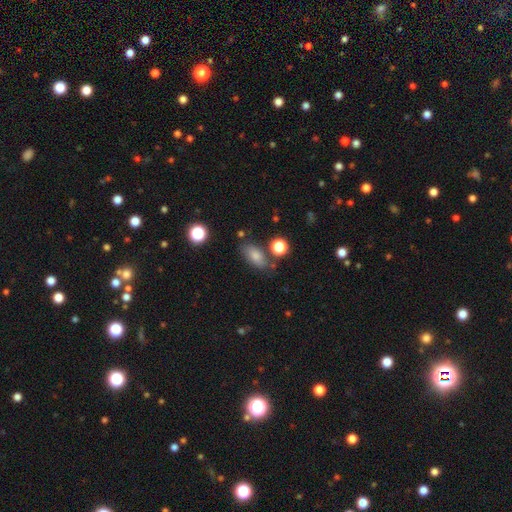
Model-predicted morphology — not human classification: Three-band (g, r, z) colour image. It shows a smooth galaxy with no disk features (78%) that is in between round and cigar-shaped (84%). Merging: none (71%).